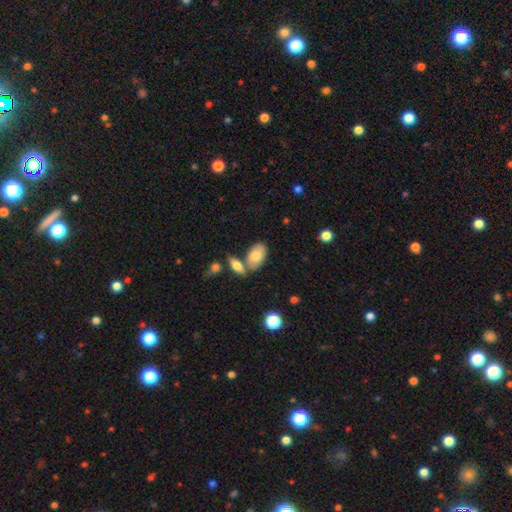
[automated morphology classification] smooth-or-featured: smooth: 74% | featured or disk: 20% | star or artifact: 7%
  how-rounded: in between: 92% | round: 6% | cigar-shaped: 2%
  merging: none: 57% | merger: 25% | minor disturbance: 14% | major disturbance: 4%